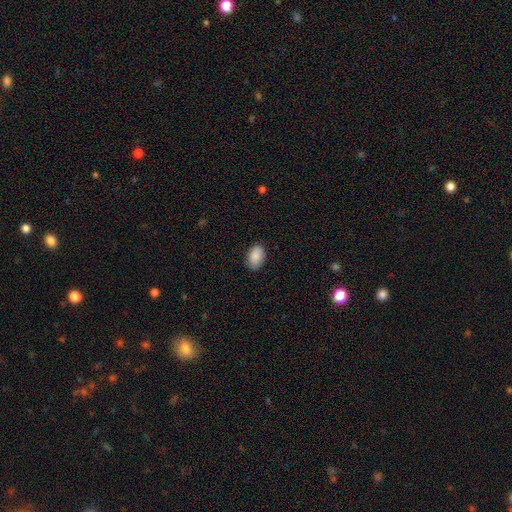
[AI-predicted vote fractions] This is clearly a smooth galaxy (88%). How rounded: clearly in between (88%). Merging: clearly none (82%).